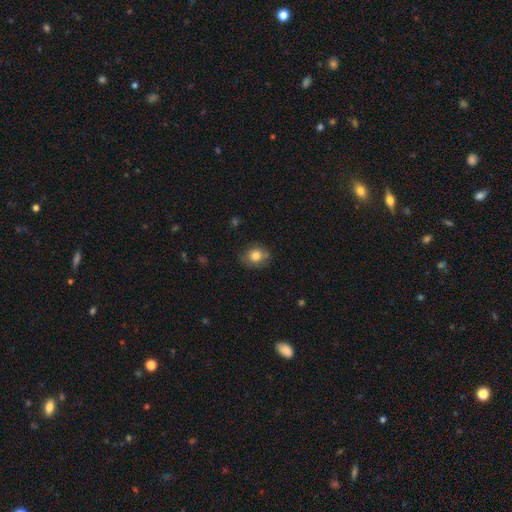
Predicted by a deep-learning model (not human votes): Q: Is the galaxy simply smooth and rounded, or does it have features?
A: smooth — 79%.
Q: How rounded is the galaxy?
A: round — 60%.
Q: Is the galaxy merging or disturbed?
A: none — 72%.